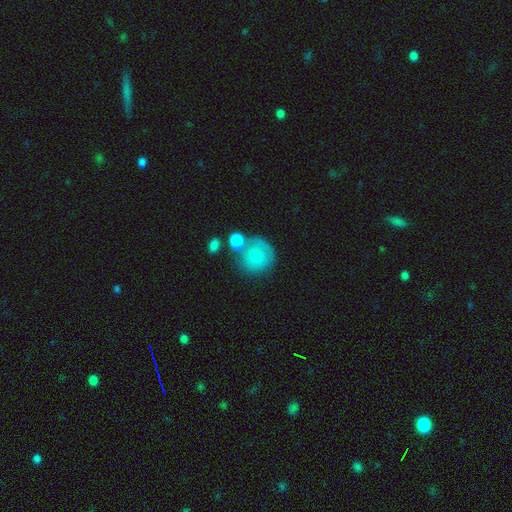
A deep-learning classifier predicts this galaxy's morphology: The model was most divided on "merging": none: 53%, merger: 22%, minor disturbance: 18%, major disturbance: 7%. More confident: how rounded — round (88%); smooth or featured — smooth (74%).